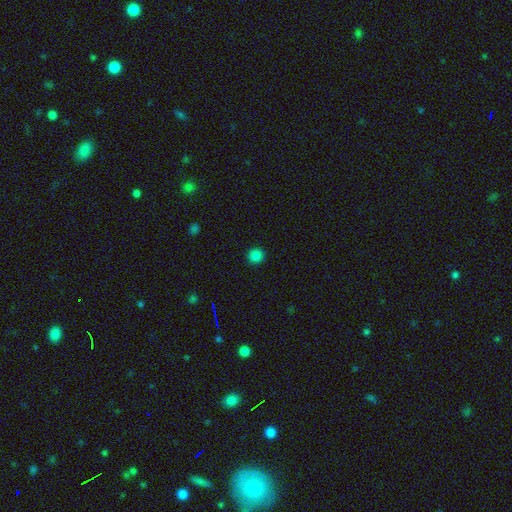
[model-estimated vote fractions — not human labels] Morphology: type=smooth (84%); roundness=round (94%); merging=none (93%).